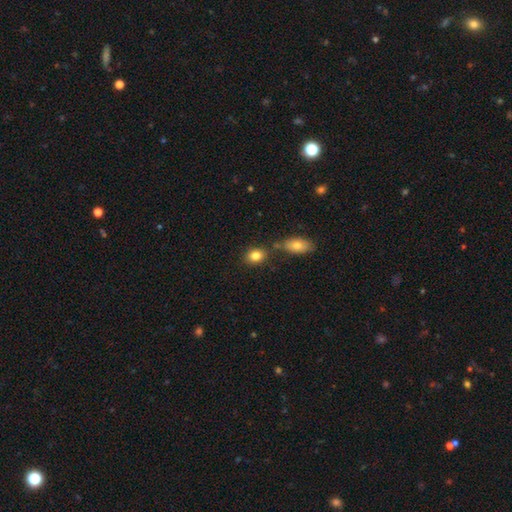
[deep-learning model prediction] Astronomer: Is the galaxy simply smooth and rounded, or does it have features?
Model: smooth — 83%.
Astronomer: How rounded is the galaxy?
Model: in between — 62% (runner-up: round, 37%).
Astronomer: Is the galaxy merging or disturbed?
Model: none — 69%.